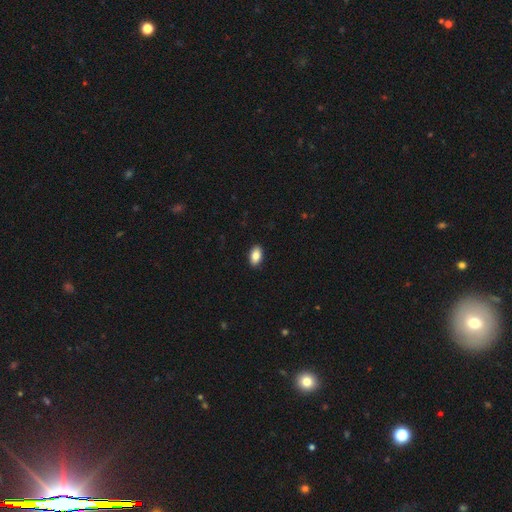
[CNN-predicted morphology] Q: Smooth or featured?
A: smooth (86%); runner-up: star or artifact (7%)
Q: How rounded?
A: in between (92%); runner-up: round (6%)
Q: Merging?
A: none (91%); runner-up: minor disturbance (7%)